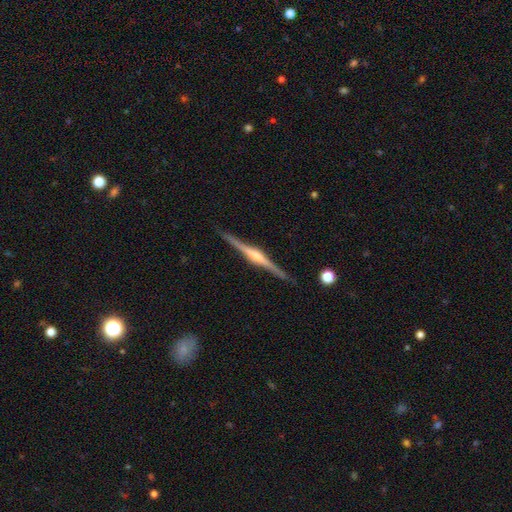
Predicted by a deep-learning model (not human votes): Q: Smooth or featured?
A: featured or disk (84%); runner-up: smooth (11%)
Q: Edge-on disk?
A: yes (98%); runner-up: no (2%)
Q: Edge-on bulge?
A: rounded (72%); runner-up: boxy (20%)
Q: Merging?
A: none (89%); runner-up: minor disturbance (8%)